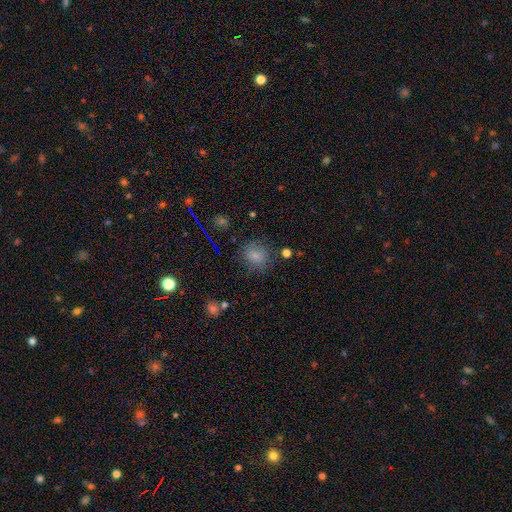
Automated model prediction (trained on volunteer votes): The model was most divided on "how rounded": round: 73%, in between: 26%, cigar-shaped: 1%. More confident: smooth or featured — smooth (79%); merging — none (75%).